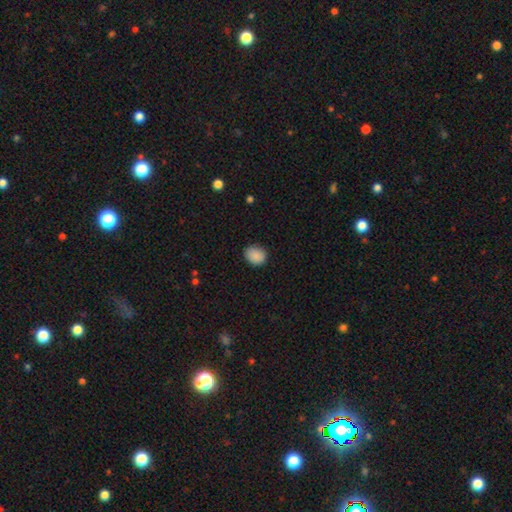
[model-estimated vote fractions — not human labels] smooth-or-featured: smooth: 88% | star or artifact: 8% | featured or disk: 3%
  how-rounded: round: 58% | in between: 41% | cigar-shaped: 1%
  merging: none: 85% | minor disturbance: 12% | major disturbance: 2% | merger: 1%